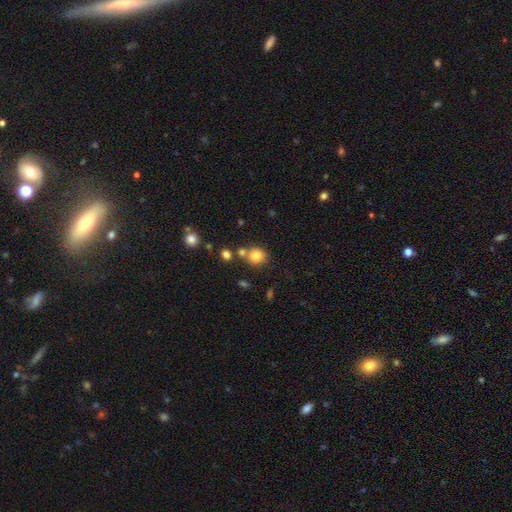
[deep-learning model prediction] This appears to be a smooth galaxy with no disk features (82%) that is round (79%). Merging: none (65%).